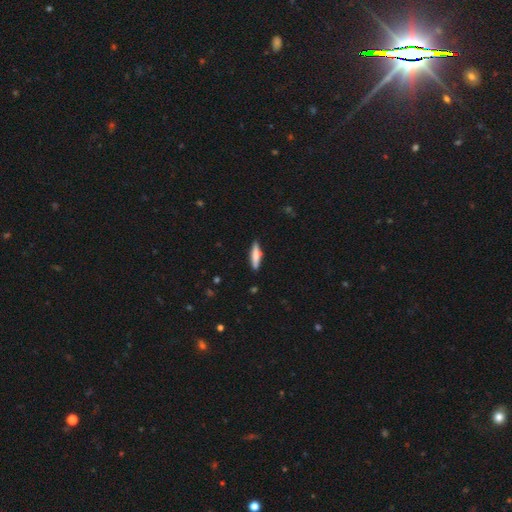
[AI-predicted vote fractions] Smooth or featured? Predicted: smooth (p=0.66). How rounded? Predicted: cigar-shaped (p=0.79). Merging? Predicted: none (p=0.85).